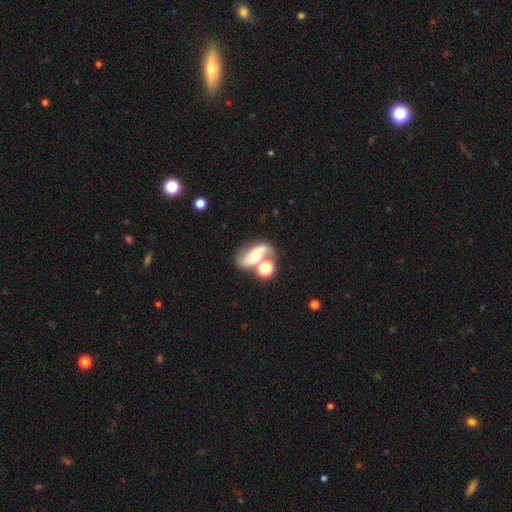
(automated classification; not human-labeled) Smooth or featured?
  - featured or disk: 61% *
  - smooth: 28%
  - star or artifact: 11%
Edge-on disk?
  - no: 94% *
  - yes: 6%
Bar?
  - no: 53% *
  - weak: 29%
  - strong: 18%
Spiral arms?
  - yes: 79% *
  - no: 21%
Bulge size?
  - moderate: 56% *
  - small: 23%
  - large: 14%
  - none: 4%
  - dominant: 4%
Merging?
  - none: 45% *
  - merger: 33%
  - minor disturbance: 14%
  - major disturbance: 9%